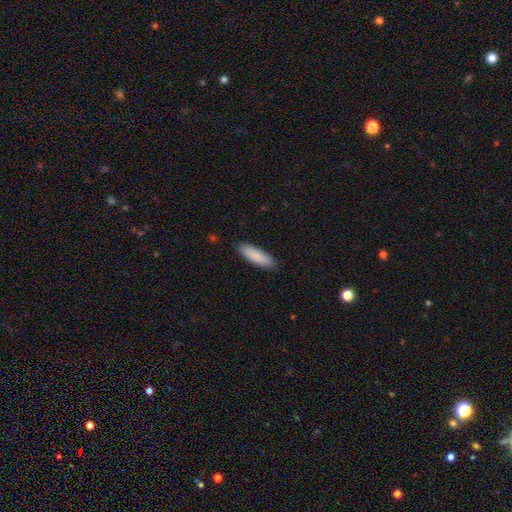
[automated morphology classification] Overall: smooth (88%). How rounded: cigar-shaped (55%; in between 44%). Merging: none (87%).